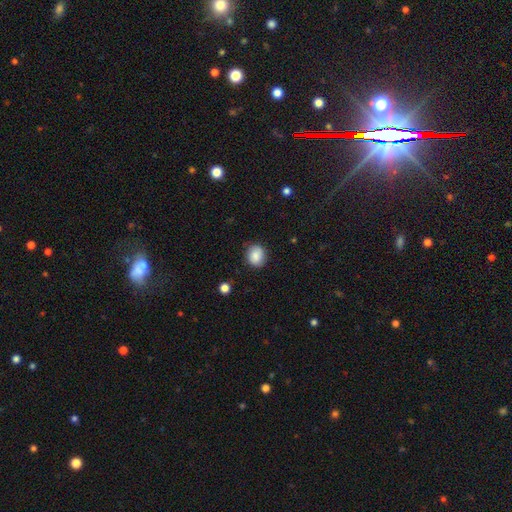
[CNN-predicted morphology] Smooth or featured: smooth — 83% (star or artifact — 9%)
How rounded: round — 71% (in between — 28%)
Merging: none — 82% (minor disturbance — 14%)